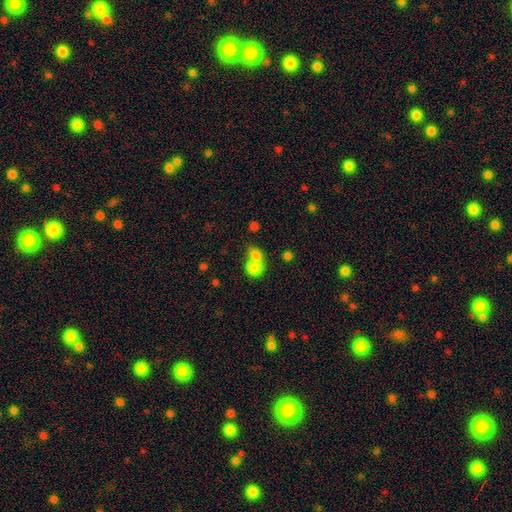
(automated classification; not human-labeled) This is likely a smooth galaxy (79%). How rounded: likely round (79%). Merging: possibly merger (57%).